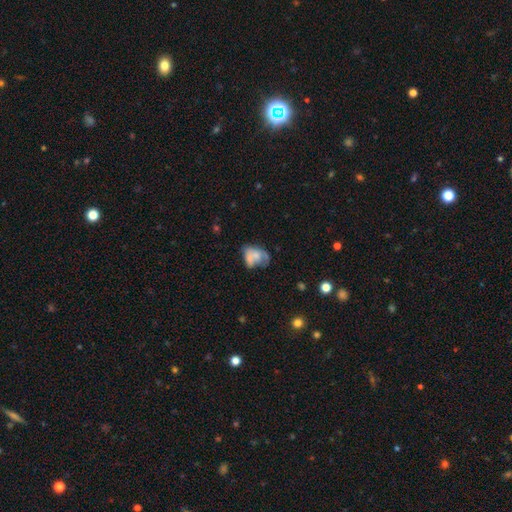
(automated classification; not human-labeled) smooth_or_featured: smooth (p=0.55) [alt: featured or disk p=0.35]
how_rounded: in between (p=0.75) [alt: round p=0.24]
merging: major disturbance (p=0.27) [alt: none p=0.25]